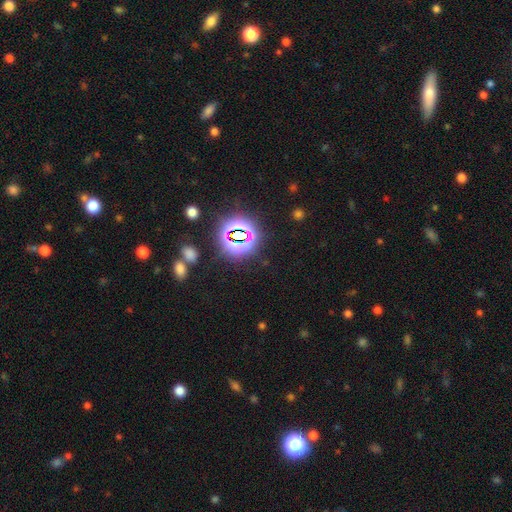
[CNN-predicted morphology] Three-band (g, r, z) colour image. It shows a star or artifact, not a galaxy (81%).